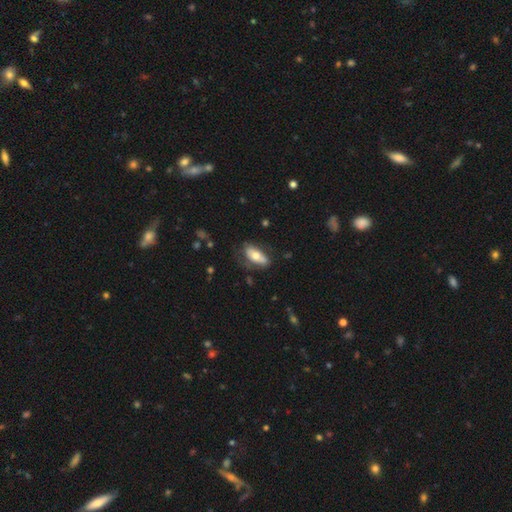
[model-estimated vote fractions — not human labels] Smooth or featured: smooth — 64% (featured or disk — 30%)
How rounded: in between — 83% (cigar-shaped — 14%)
Merging: none — 62% (minor disturbance — 25%)